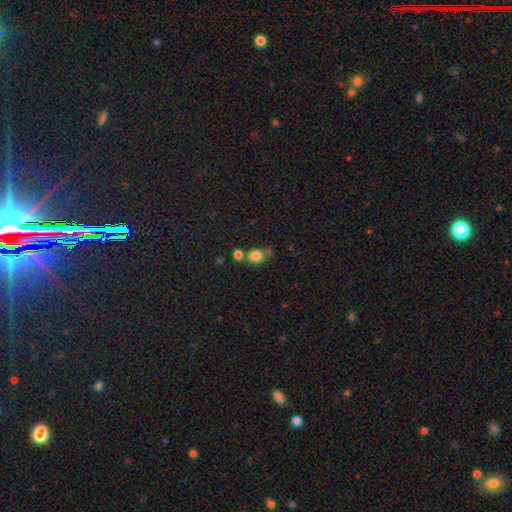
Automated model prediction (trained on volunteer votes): This is clearly a smooth galaxy (81%). How rounded: likely round (62%). Merging: possibly none (47%).